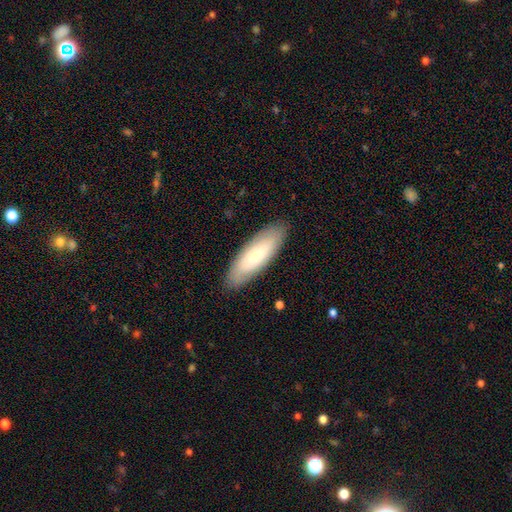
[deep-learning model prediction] This is likely a smooth galaxy (72%). How rounded: possibly in between (57%). Merging: clearly none (87%).